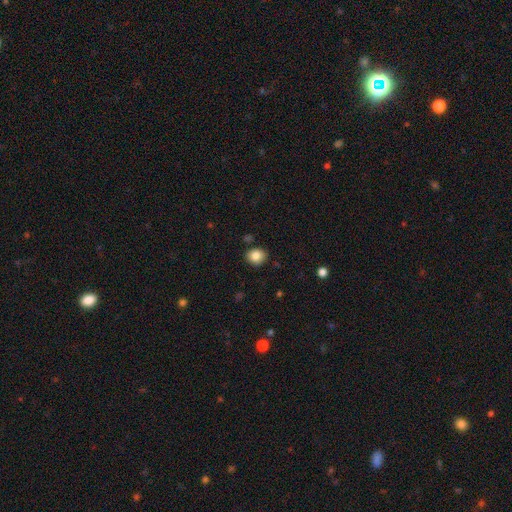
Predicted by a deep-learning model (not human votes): A smooth galaxy with no disk features (85%) that is round (68%). Merging: none (86%).